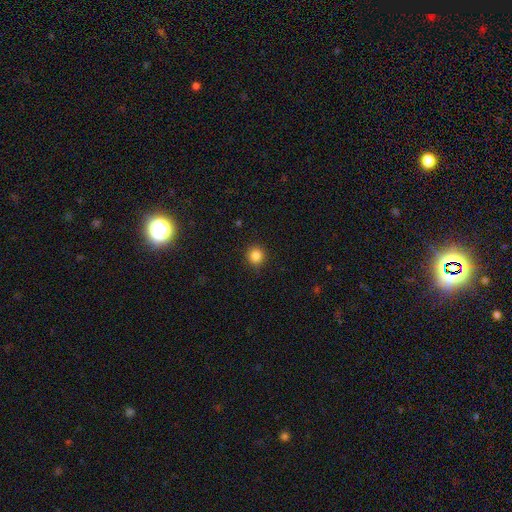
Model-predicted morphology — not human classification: smooth_or_featured: smooth (p=0.85) [alt: star or artifact p=0.11]
how_rounded: round (p=0.92) [alt: in between p=0.07]
merging: none (p=0.91) [alt: minor disturbance p=0.06]